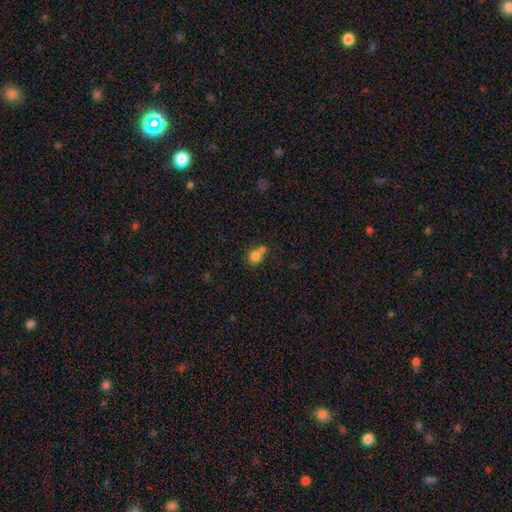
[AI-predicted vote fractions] A smooth galaxy with no disk features (79%) that is round (72%). Merging: merger (47%).